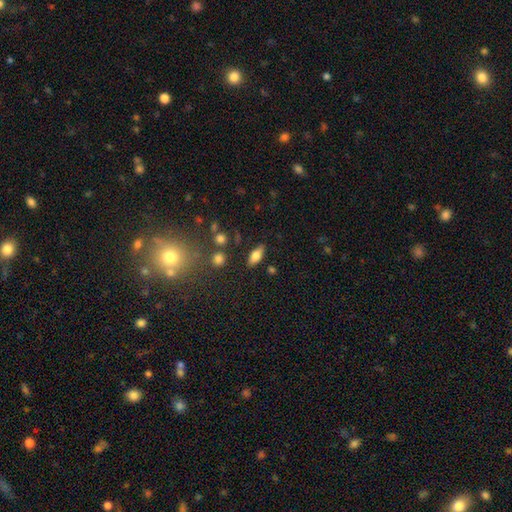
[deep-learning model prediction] A smooth galaxy with no disk features (71%) that is in between round and cigar-shaped (82%). Merging: none (83%).